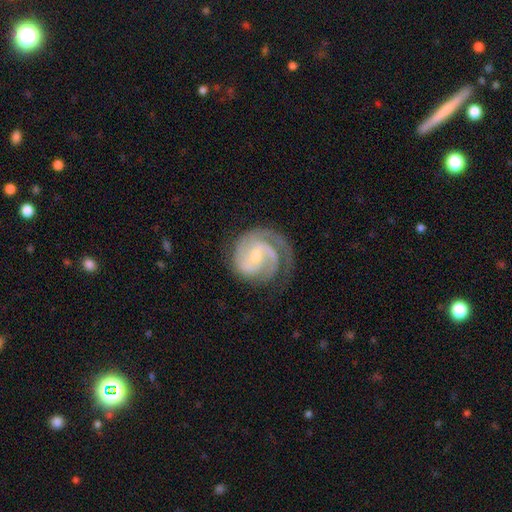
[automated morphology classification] type=featured or disk (88%); edge-on=no (98%); bar=weak (49%); spiral arms=yes (97%); winding=tight (55%); arm count=2 (47%); bulge=small (54%); merging=none (65%).